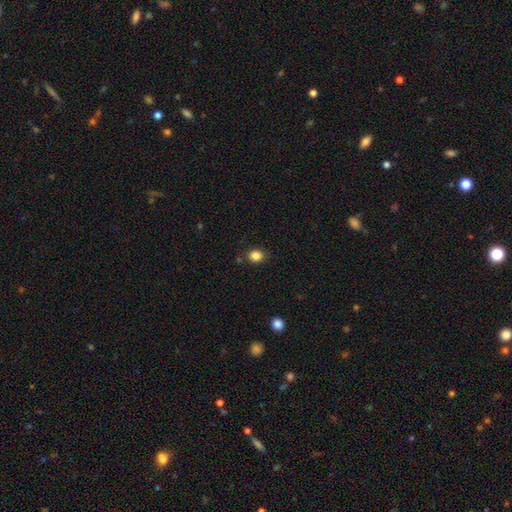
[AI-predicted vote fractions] Smooth or featured?
  - smooth: 85% *
  - star or artifact: 11%
  - featured or disk: 4%
How rounded?
  - round: 62% *
  - in between: 38%
  - cigar-shaped: 1%
Merging?
  - none: 83% *
  - minor disturbance: 11%
  - merger: 3%
  - major disturbance: 3%